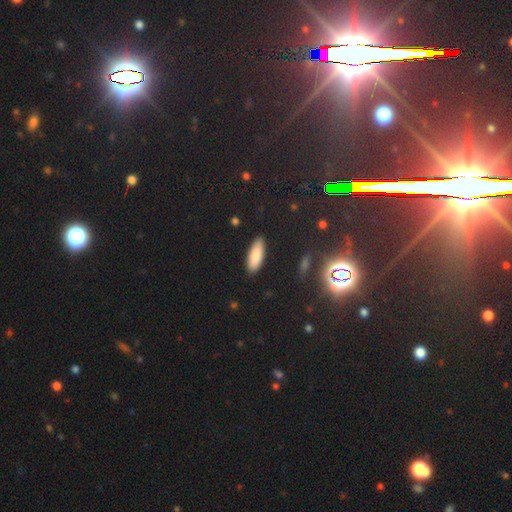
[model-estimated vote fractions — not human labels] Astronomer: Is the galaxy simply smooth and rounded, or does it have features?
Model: smooth — 87%.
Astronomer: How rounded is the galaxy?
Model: in between — 68%.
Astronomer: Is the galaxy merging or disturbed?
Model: none — 88%.